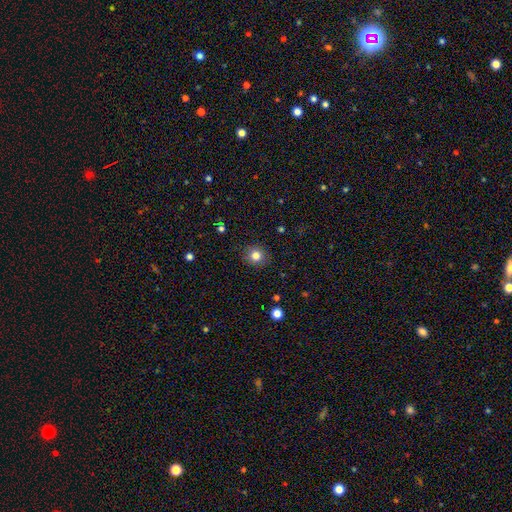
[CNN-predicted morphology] smooth-or-featured: smooth: 81% | star or artifact: 12% | featured or disk: 7%
  how-rounded: round: 87% | in between: 12% | cigar-shaped: 1%
  merging: none: 89% | minor disturbance: 8% | major disturbance: 2% | merger: 1%